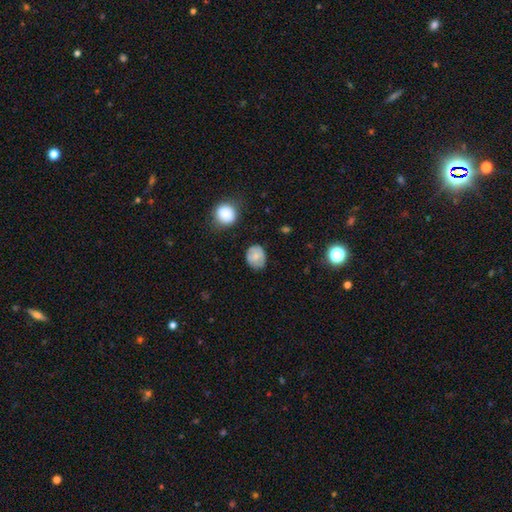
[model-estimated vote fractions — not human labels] Smooth or featured? smooth (67%)
How rounded? round (62%)
Merging? none (69%)